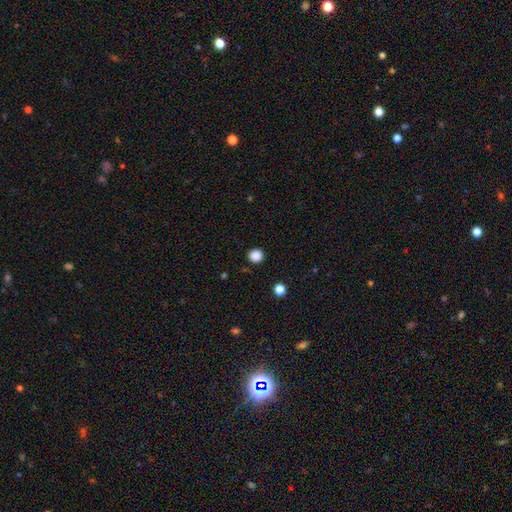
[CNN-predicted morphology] Q: Smooth or featured?
A: smooth (86%); runner-up: star or artifact (11%)
Q: How rounded?
A: round (92%); runner-up: in between (7%)
Q: Merging?
A: none (91%); runner-up: minor disturbance (5%)